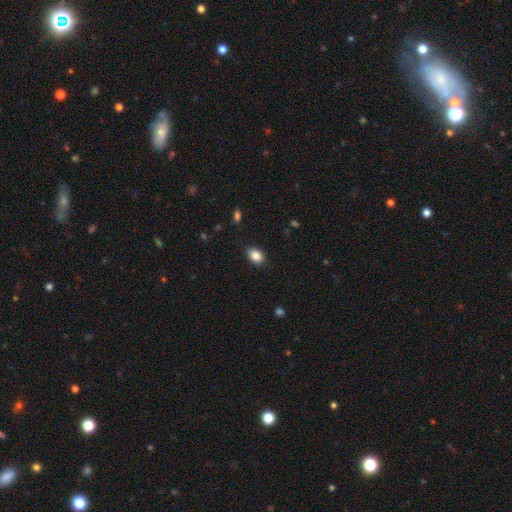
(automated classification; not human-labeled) Overall: smooth (87%). How rounded: in between (78%). Merging: none (87%).